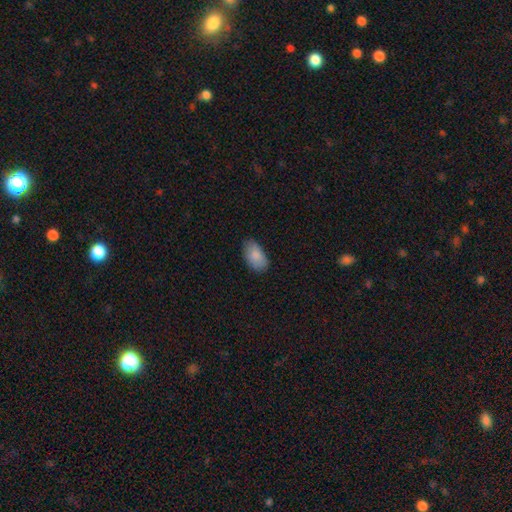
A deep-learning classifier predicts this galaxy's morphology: type=smooth (86%); roundness=in between (94%); merging=none (79%).